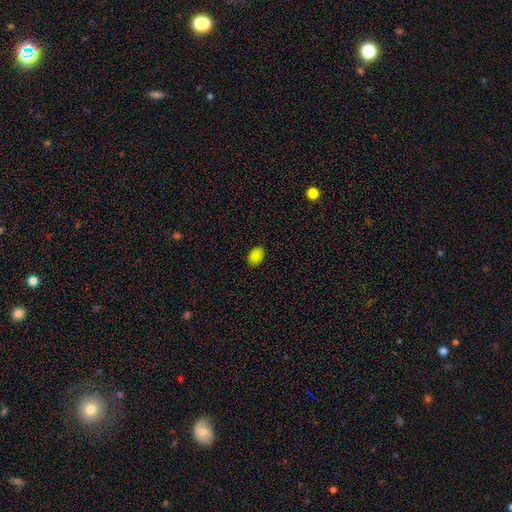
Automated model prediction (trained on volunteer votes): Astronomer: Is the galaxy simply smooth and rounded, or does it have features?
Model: smooth — 85%.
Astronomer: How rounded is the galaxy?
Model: in between — 78%.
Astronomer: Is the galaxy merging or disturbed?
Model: none — 87%.